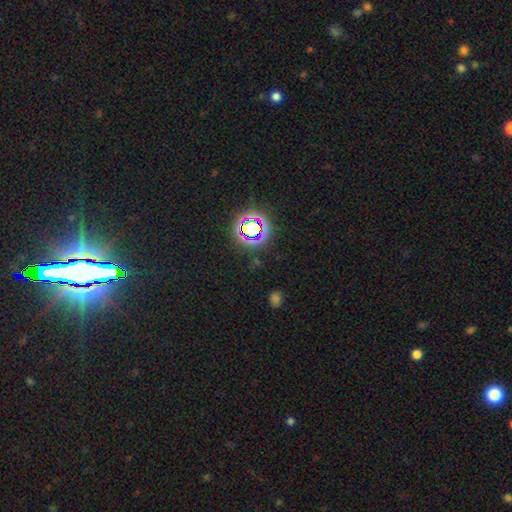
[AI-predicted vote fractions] Smooth or featured? Predicted: star or artifact (p=0.78).